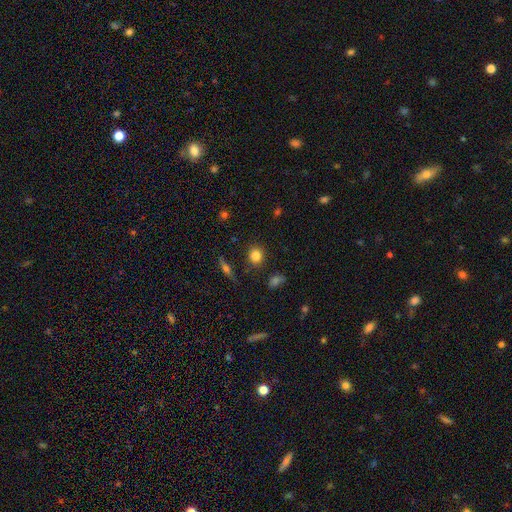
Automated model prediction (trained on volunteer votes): smooth_or_featured: smooth (p=0.82) [alt: star or artifact p=0.11]
how_rounded: round (p=0.81) [alt: in between p=0.17]
merging: none (p=0.86) [alt: minor disturbance p=0.09]